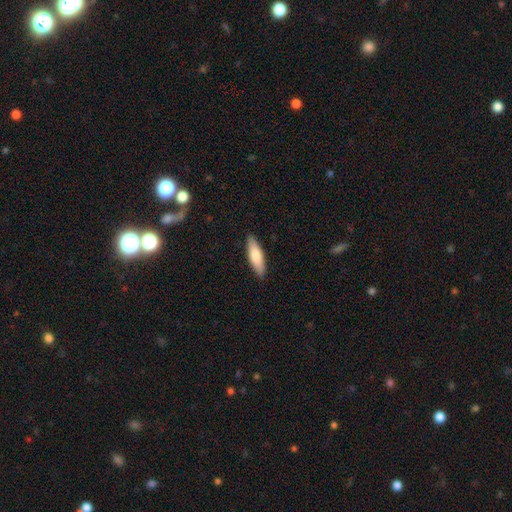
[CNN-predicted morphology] Smooth or featured? Predicted: smooth (p=0.79). How rounded? Predicted: cigar-shaped (p=0.55). Merging? Predicted: none (p=0.88).